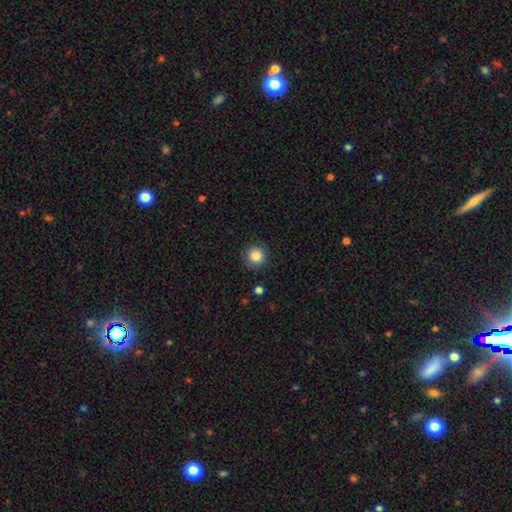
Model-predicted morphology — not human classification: type=smooth (85%); roundness=round (94%); merging=none (87%).